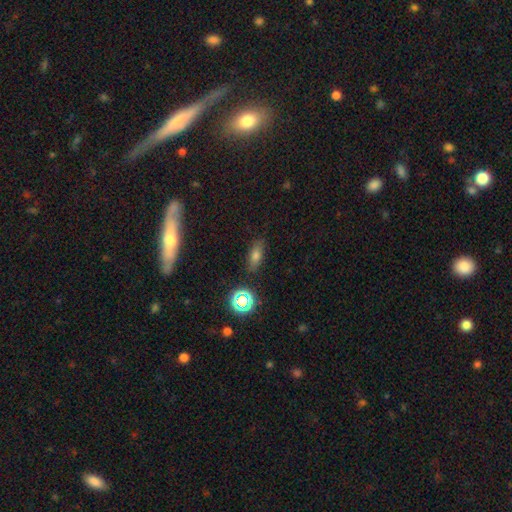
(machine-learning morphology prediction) smooth_or_featured: smooth (p=0.65) [alt: star or artifact p=0.20]
how_rounded: in between (p=0.74) [alt: cigar-shaped p=0.16]
merging: none (p=0.83) [alt: minor disturbance p=0.12]